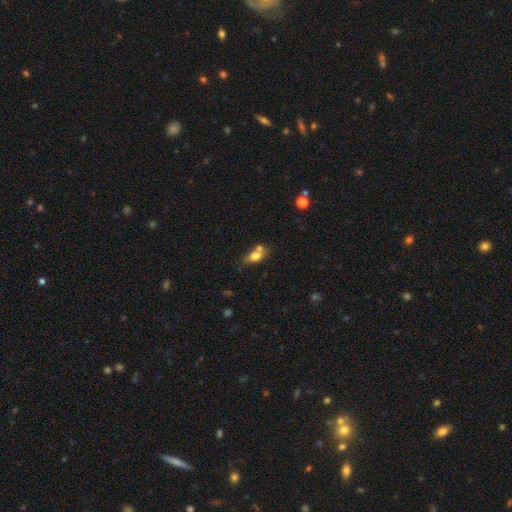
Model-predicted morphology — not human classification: Smooth or featured?
  - smooth: 70% *
  - featured or disk: 21%
  - star or artifact: 9%
How rounded?
  - in between: 75% *
  - round: 16%
  - cigar-shaped: 9%
Merging?
  - none: 42% *
  - merger: 35%
  - minor disturbance: 16%
  - major disturbance: 6%